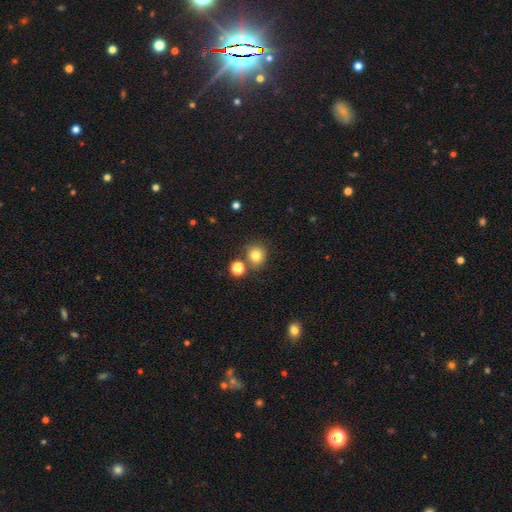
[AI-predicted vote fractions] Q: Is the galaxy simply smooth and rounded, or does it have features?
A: smooth — 80%.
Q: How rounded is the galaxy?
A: round — 87%.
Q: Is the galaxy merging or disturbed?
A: none — 75%.